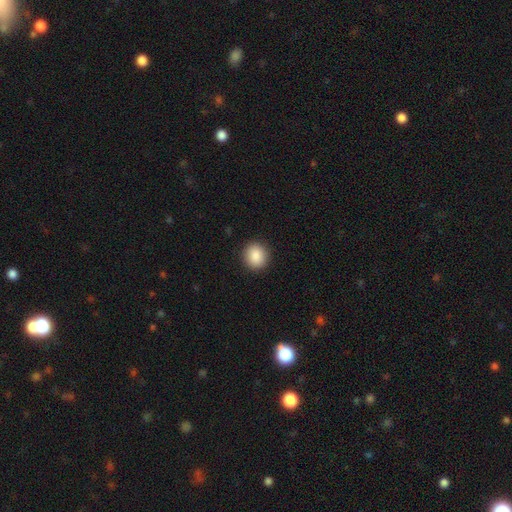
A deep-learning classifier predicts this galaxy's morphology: A smooth galaxy with no disk features (88%) that is round (85%).

Vote fractions:
- Smooth or featured? smooth: 88% / star or artifact: 8% / featured or disk: 4%
- How rounded? round: 85% / in between: 14% / cigar-shaped: 1%
- Merging? none: 91% / minor disturbance: 6% / major disturbance: 2% / merger: 1%